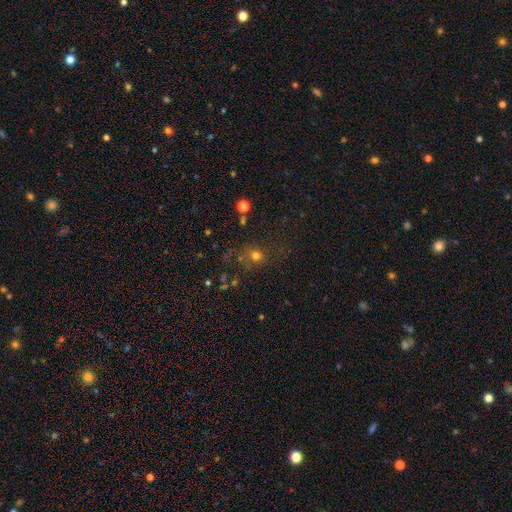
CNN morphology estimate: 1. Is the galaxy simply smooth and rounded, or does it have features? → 66% smooth, 23% star or artifact, 12% featured or disk.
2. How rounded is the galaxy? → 79% round, 20% in between, 1% cigar-shaped.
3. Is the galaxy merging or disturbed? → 64% none, 15% minor disturbance, 13% major disturbance, 7% merger.